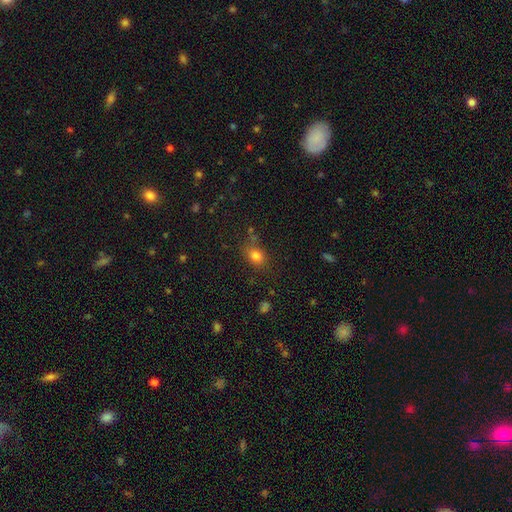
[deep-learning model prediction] Smooth or featured? Predicted: smooth (p=0.80). How rounded? Predicted: in between (p=0.55). Merging? Predicted: none (p=0.71).